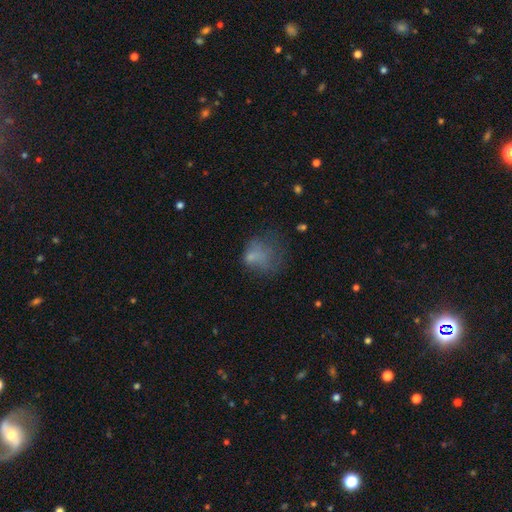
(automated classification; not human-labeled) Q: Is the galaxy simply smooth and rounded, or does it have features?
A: smooth — 60%.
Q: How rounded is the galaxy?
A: in between — 54%.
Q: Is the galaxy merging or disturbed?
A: major disturbance — 43%.